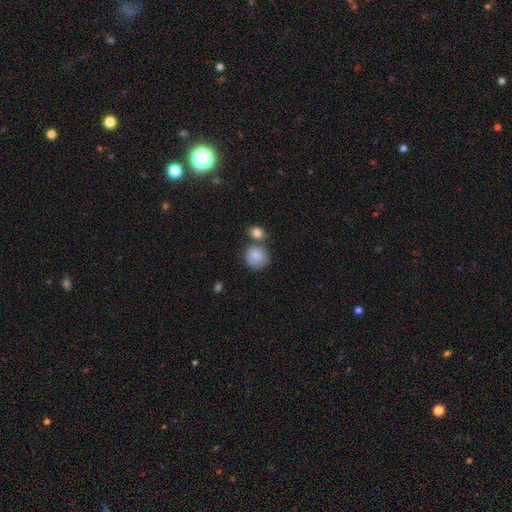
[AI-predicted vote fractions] This is clearly a smooth galaxy (86%). How rounded: clearly round (86%). Merging: possibly none (58%).